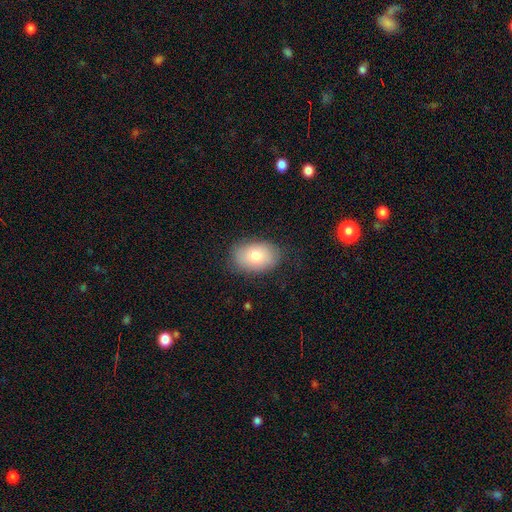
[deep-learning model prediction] The model was most divided on "merging": none: 80%, minor disturbance: 15%, major disturbance: 4%, merger: 1%. More confident: how rounded — in between (87%); smooth or featured — smooth (81%).